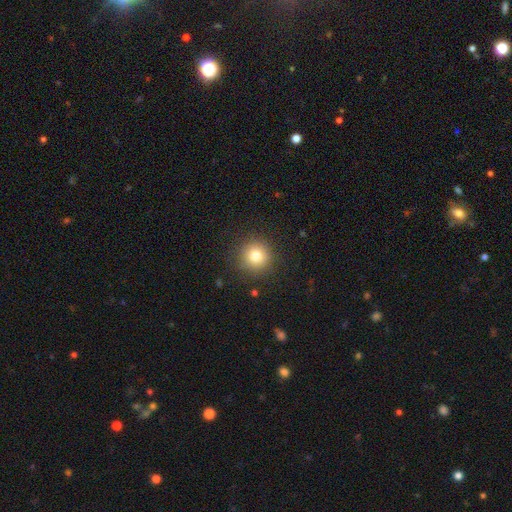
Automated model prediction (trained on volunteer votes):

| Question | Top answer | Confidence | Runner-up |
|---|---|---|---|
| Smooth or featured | smooth | 79% | star or artifact (12%) |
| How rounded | round | 95% | in between (4%) |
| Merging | none | 90% | minor disturbance (7%) |